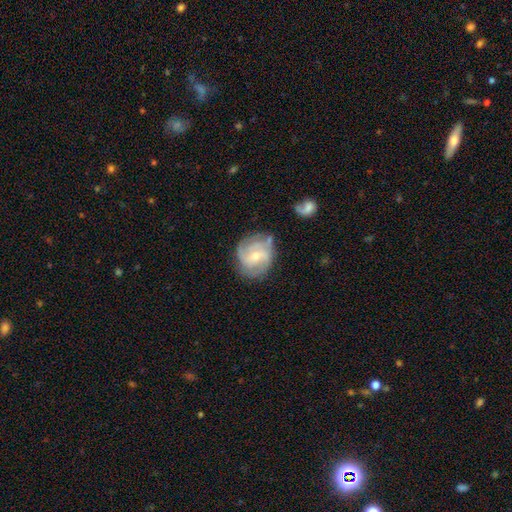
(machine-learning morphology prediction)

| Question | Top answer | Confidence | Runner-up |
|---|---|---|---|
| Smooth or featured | featured or disk | 78% | smooth (15%) |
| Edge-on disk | no | 98% | yes (2%) |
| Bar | weak | 45% | tied: no (45%) |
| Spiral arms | yes | 93% | no (7%) |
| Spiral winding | medium | 44% | tight (41%) |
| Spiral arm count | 3 | 35% | 2 (25%) |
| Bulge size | small | 55% | moderate (41%) |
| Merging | none | 68% | minor disturbance (21%) |